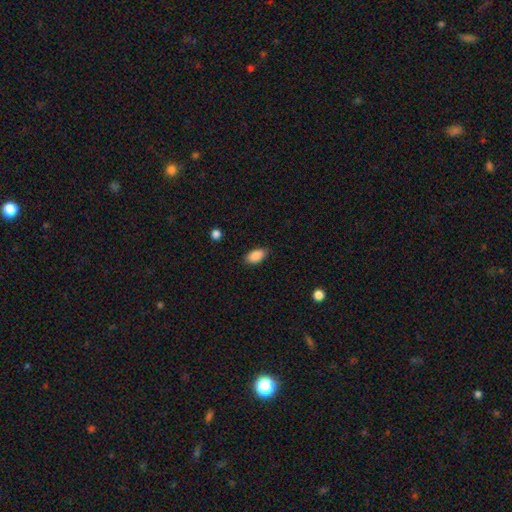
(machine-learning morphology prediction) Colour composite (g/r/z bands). It shows a smooth galaxy with no disk features (88%) that is in between round and cigar-shaped (93%). Merging: none (85%).